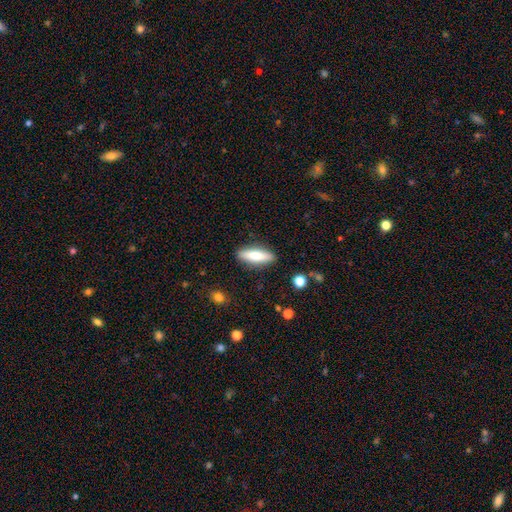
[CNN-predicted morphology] Smooth or featured? Predicted: smooth (p=0.74). How rounded? Predicted: cigar-shaped (p=0.54). Merging? Predicted: none (p=0.88).